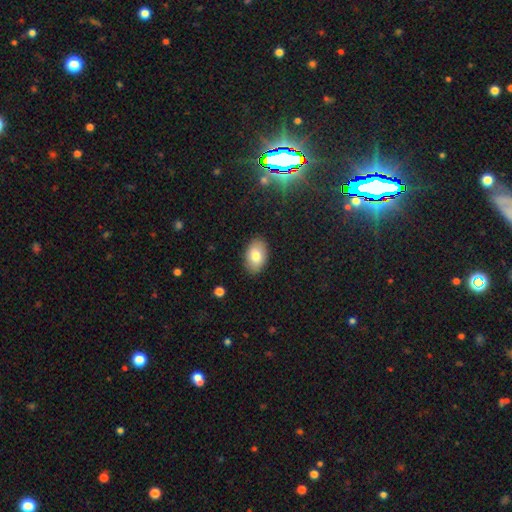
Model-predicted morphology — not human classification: smooth_or_featured: smooth (p=0.80) [alt: featured or disk p=0.13]
how_rounded: in between (p=0.91) [alt: round p=0.08]
merging: none (p=0.87) [alt: minor disturbance p=0.10]